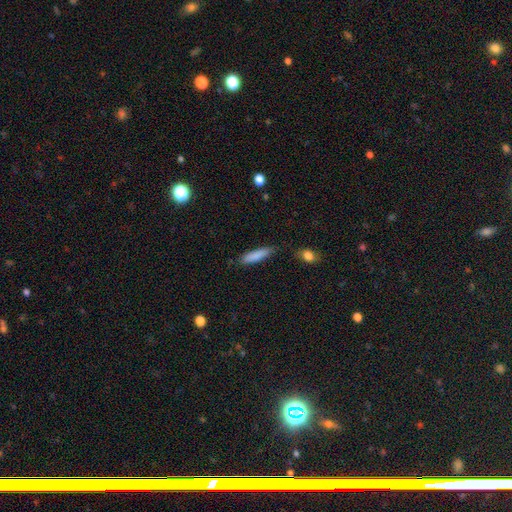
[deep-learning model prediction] Smooth or featured?
  - smooth: 83% *
  - featured or disk: 10%
  - star or artifact: 7%
How rounded?
  - cigar-shaped: 78% *
  - in between: 21%
  - round: 2%
Merging?
  - none: 78% *
  - minor disturbance: 16%
  - merger: 3%
  - major disturbance: 3%